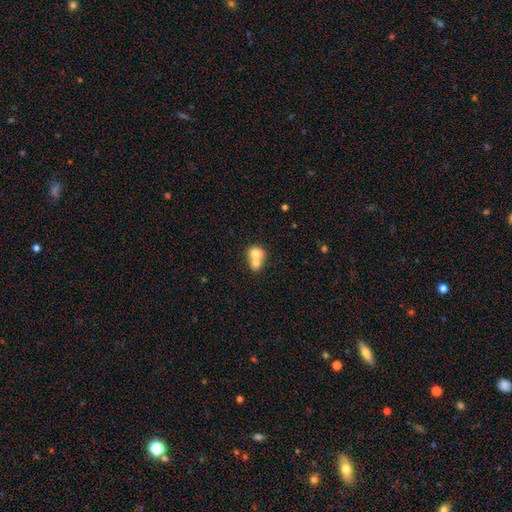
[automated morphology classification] This is likely a smooth galaxy (73%). How rounded: likely round (63%). Merging: likely merger (72%).